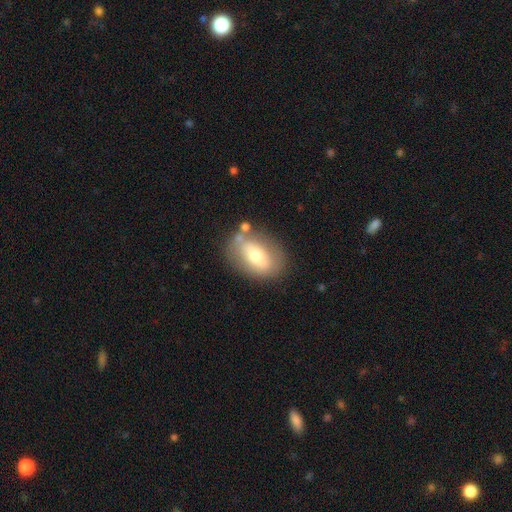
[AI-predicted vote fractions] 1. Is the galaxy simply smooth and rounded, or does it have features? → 59% smooth, 33% featured or disk, 8% star or artifact.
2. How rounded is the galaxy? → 82% in between, 16% round, 2% cigar-shaped.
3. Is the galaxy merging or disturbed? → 70% none, 16% minor disturbance, 9% merger, 5% major disturbance.